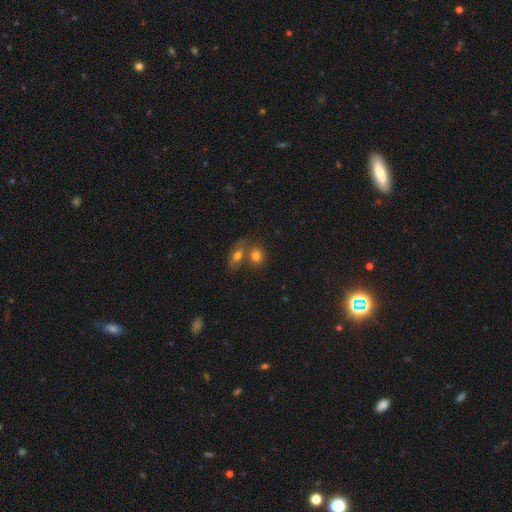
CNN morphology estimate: type=smooth (76%); roundness=round (64%); merging=merger (46%).